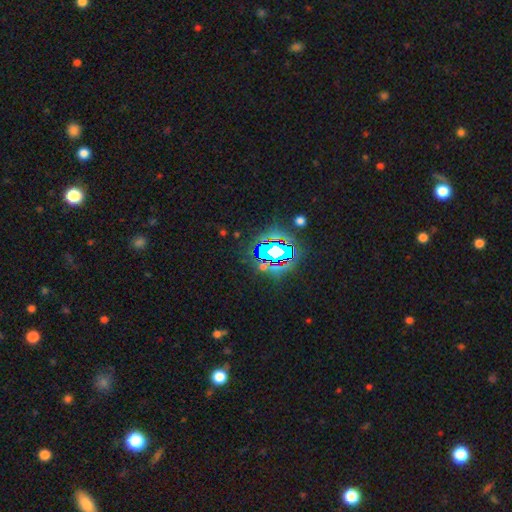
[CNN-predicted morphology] This is likely a star or artifact rather than a galaxy (80%).